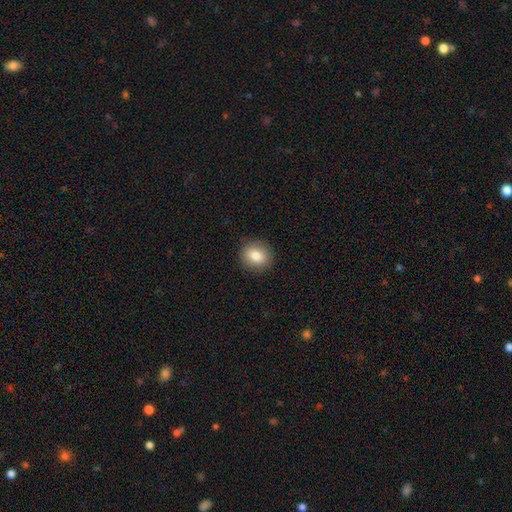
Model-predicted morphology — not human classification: smooth-or-featured: smooth: 83% | star or artifact: 9% | featured or disk: 9%
  how-rounded: round: 75% | in between: 24% | cigar-shaped: 1%
  merging: none: 90% | minor disturbance: 7% | major disturbance: 2% | merger: 1%